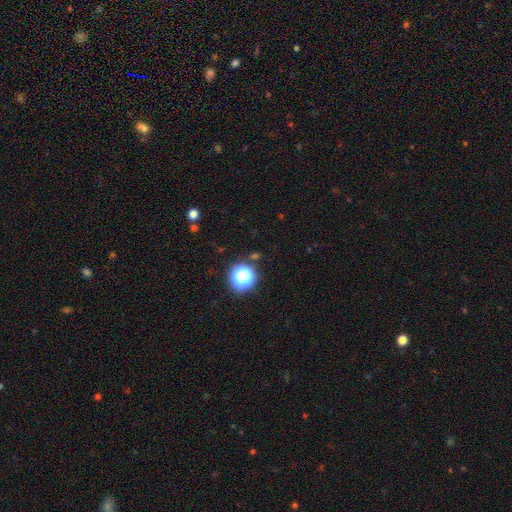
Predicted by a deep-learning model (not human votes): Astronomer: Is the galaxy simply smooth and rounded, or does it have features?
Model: star or artifact — 61%.